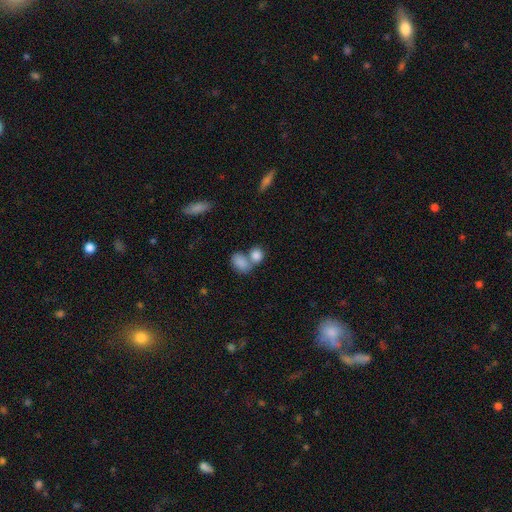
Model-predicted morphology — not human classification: smooth 85%, star or artifact 8%, featured or disk 7%. Down the decision tree: how rounded — in between (55%); merging — merger (57%).